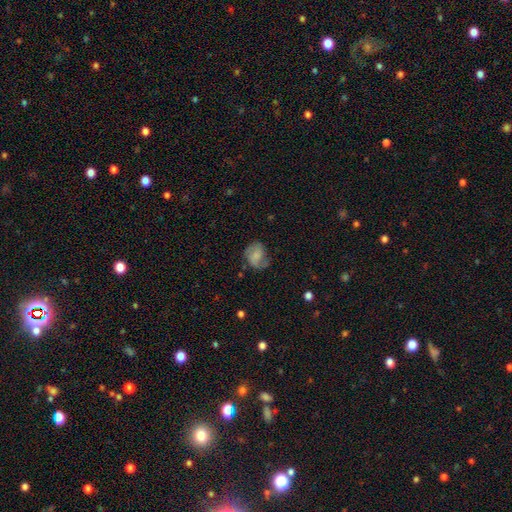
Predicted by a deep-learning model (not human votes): This appears to be a smooth galaxy with no disk features (46%, tied with featured or disk). Merging: none (58%).